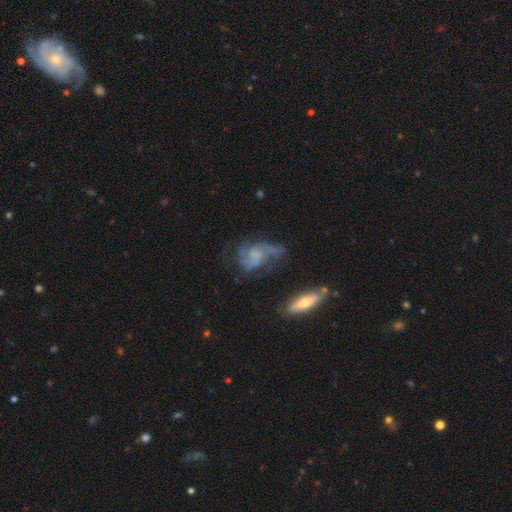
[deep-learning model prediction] Q: Smooth or featured?
A: featured or disk (67%); runner-up: smooth (22%)
Q: Edge-on disk?
A: no (94%); runner-up: yes (6%)
Q: Bar?
A: no (74%); runner-up: weak (21%)
Q: Spiral arms?
A: yes (77%); runner-up: no (23%)
Q: Bulge size?
A: none (55%); runner-up: small (20%)
Q: Merging?
A: none (43%); runner-up: major disturbance (29%)